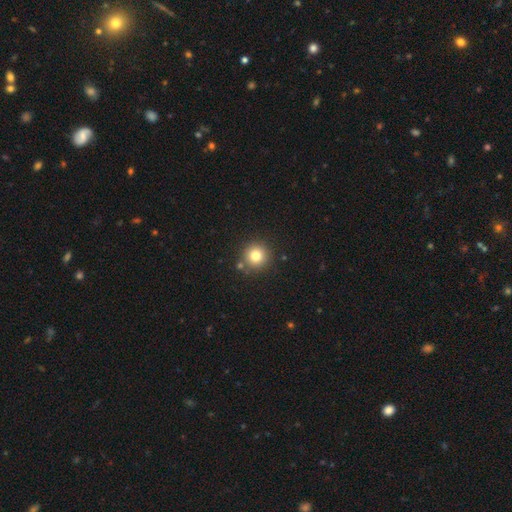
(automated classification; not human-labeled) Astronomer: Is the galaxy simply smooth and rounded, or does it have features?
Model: smooth — 80%.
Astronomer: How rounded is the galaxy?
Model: round — 95%.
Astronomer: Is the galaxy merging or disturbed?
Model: none — 84%.